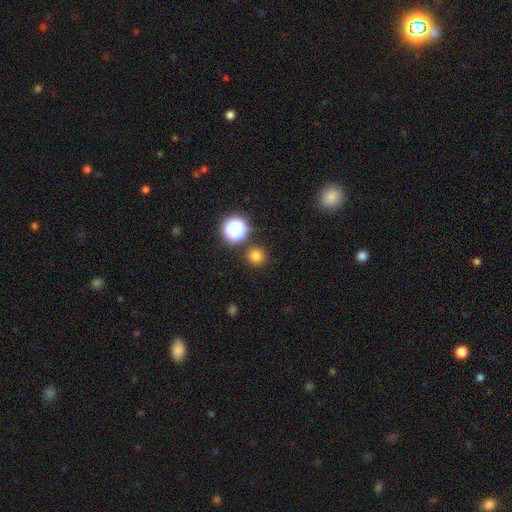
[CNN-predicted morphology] Smooth or featured? Predicted: smooth (p=0.77). How rounded? Predicted: round (p=0.94). Merging? Predicted: none (p=0.86).